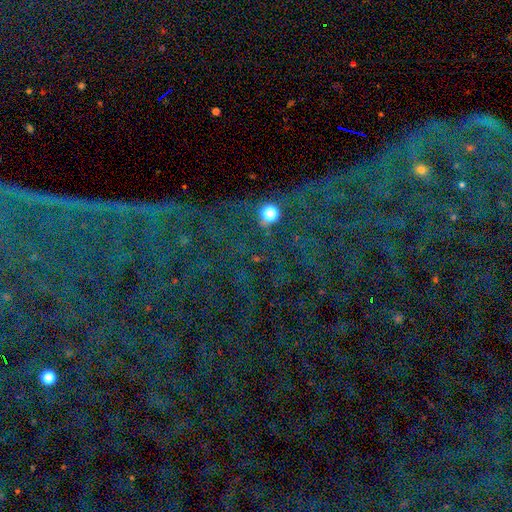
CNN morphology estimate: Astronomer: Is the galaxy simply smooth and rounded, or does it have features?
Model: star or artifact — 83%.